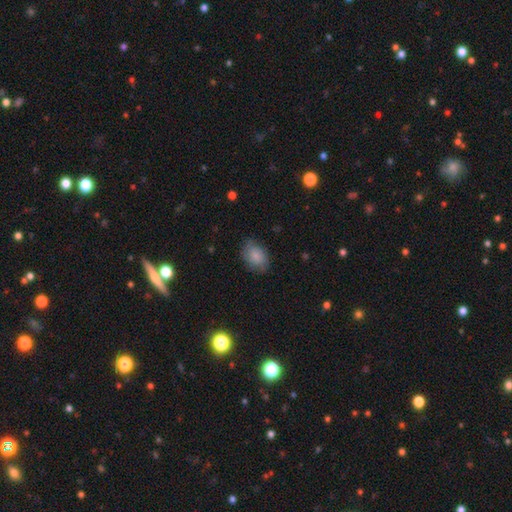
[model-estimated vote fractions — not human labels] The model was most divided on "merging": none: 71%, minor disturbance: 22%, major disturbance: 6%, merger: 1%. More confident: smooth or featured — smooth (83%); how rounded — in between (76%).